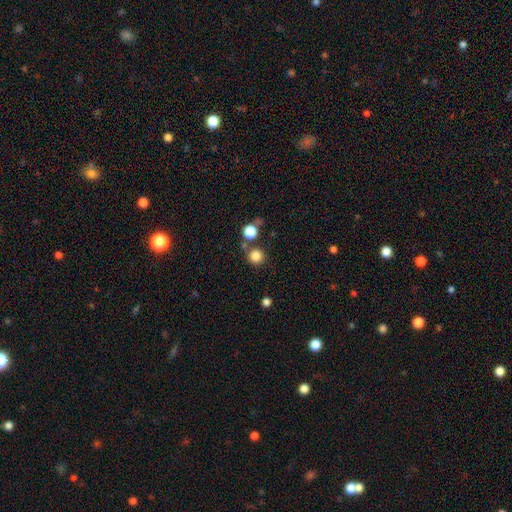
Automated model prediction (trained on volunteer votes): Smooth or featured? smooth (83%)
How rounded? round (94%)
Merging? none (75%)